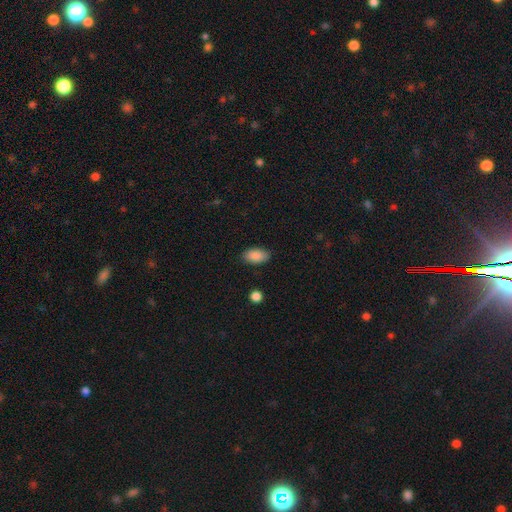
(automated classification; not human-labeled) smooth 89%, star or artifact 7%, featured or disk 4%. Down the decision tree: how rounded — in between (93%); merging — none (85%).